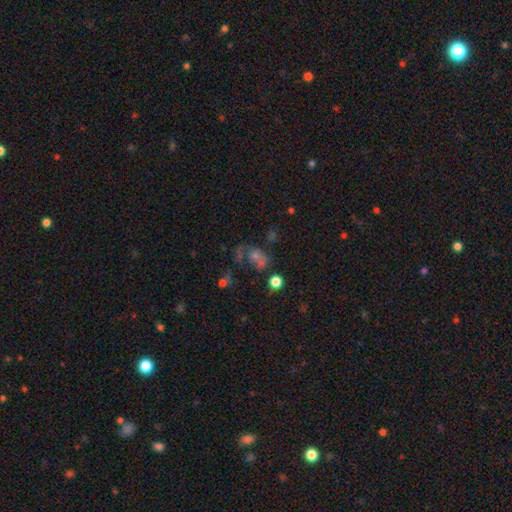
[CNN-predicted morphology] This is marginally a smooth galaxy (39%). Merging: marginally none (34%).